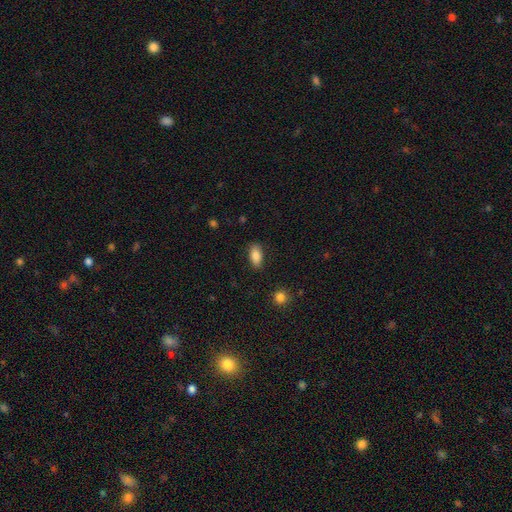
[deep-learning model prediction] Smooth or featured? Predicted: smooth (p=0.85). How rounded? Predicted: in between (p=0.90). Merging? Predicted: none (p=0.85).